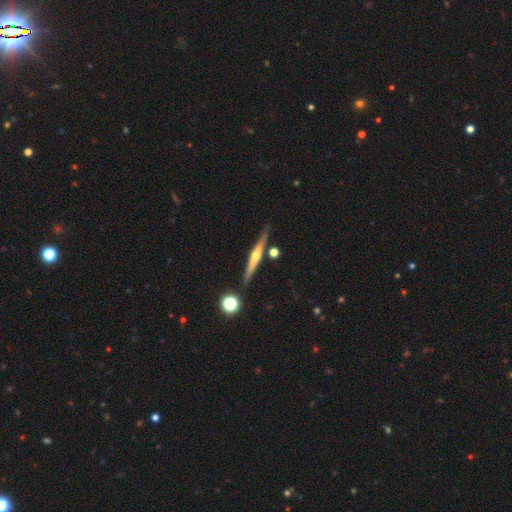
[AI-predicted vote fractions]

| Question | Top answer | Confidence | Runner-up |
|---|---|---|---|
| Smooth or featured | featured or disk | 70% | smooth (23%) |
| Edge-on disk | yes | 97% | no (3%) |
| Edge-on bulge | rounded | 87% | none (8%) |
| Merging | none | 84% | minor disturbance (9%) |